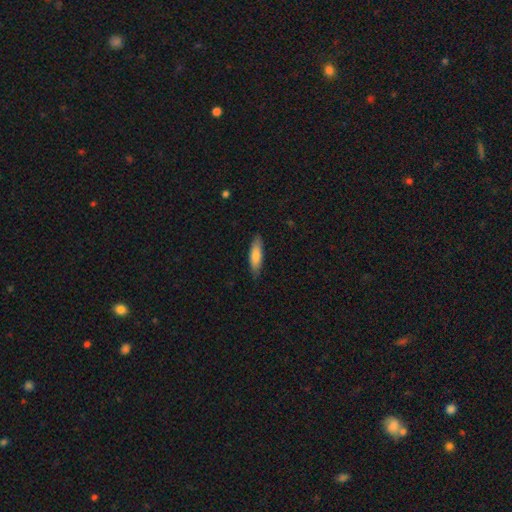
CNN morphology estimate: Smooth or featured?
  - smooth: 79% *
  - featured or disk: 15%
  - star or artifact: 5%
How rounded?
  - cigar-shaped: 59% *
  - in between: 40%
  - round: 2%
Merging?
  - none: 85% *
  - minor disturbance: 12%
  - major disturbance: 2%
  - merger: 1%